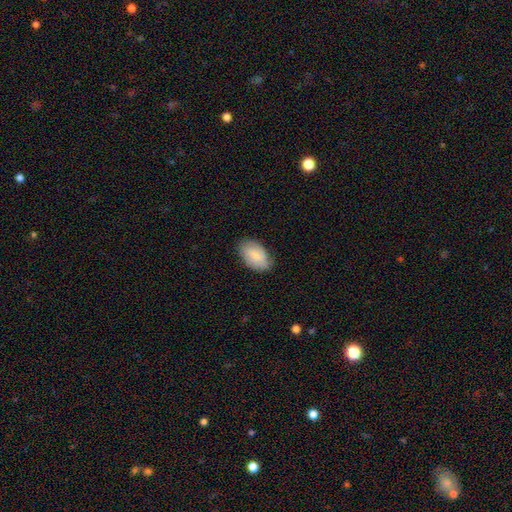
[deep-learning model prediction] Smooth or featured? Predicted: smooth (p=0.74). How rounded? Predicted: in between (p=0.93). Merging? Predicted: none (p=0.76).